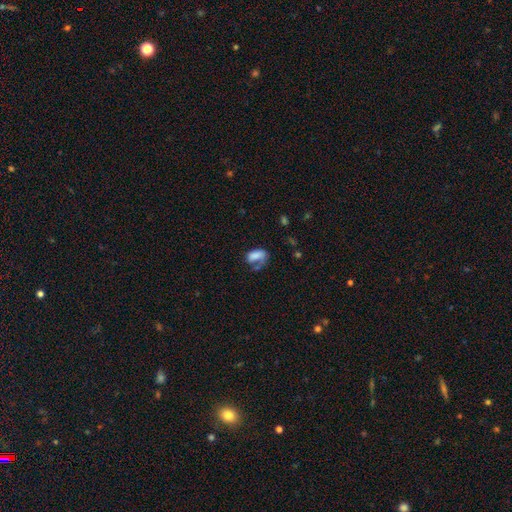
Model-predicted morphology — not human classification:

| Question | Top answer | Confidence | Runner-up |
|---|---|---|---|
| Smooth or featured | smooth | 70% | featured or disk (21%) |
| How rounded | in between | 89% | round (7%) |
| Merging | major disturbance | 33% | tied: none (33%) |